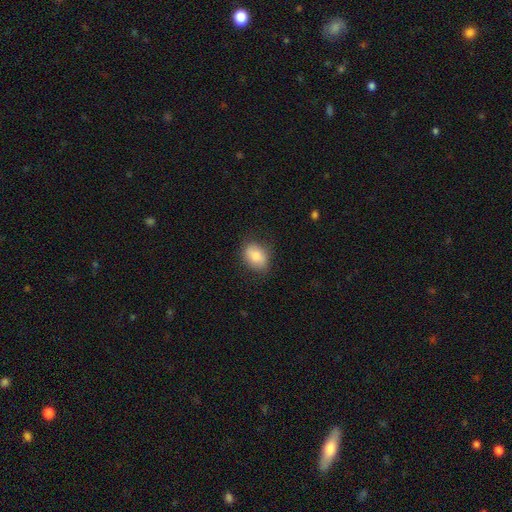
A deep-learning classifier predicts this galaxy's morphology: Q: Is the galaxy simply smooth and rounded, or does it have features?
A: smooth — 81%.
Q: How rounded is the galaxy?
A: in between — 71%.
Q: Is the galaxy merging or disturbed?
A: none — 79%.